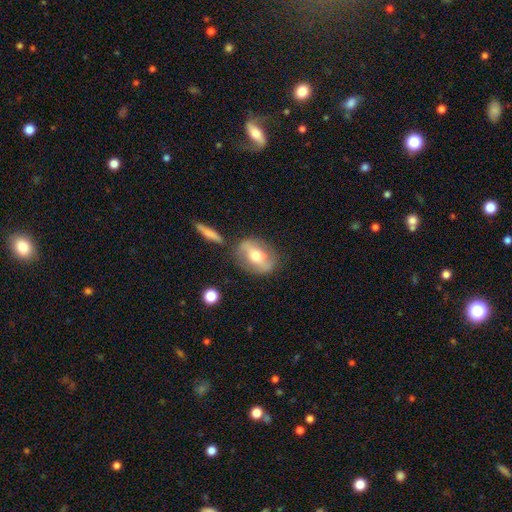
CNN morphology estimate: Smooth or featured? Predicted: featured or disk (p=0.51). Edge-on disk? Predicted: no (p=0.80). Merging? Predicted: none (p=0.70).